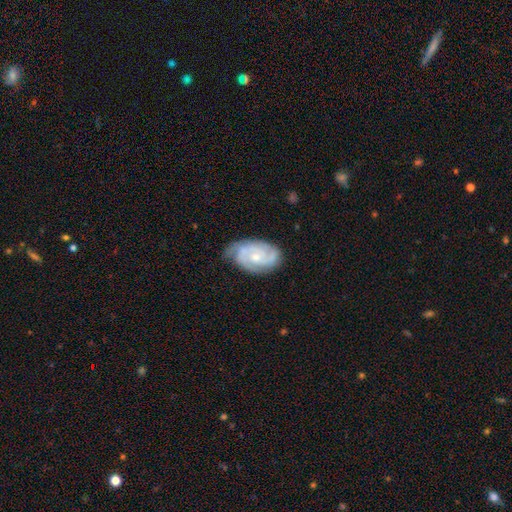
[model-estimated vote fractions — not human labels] A featured or disk galaxy (83%) with no bar (70%), 3 (43%) tight (60%) spiral arms (97%) and a small central bulge (55%).

Vote fractions:
- Smooth or featured? featured or disk: 83% / smooth: 12% / star or artifact: 5%
- Edge-on disk? no: 97% / yes: 3%
- Bar? no: 70% / weak: 26% / strong: 4%
- Spiral arms? yes: 97% / no: 3%
- Spiral winding? tight: 60% / medium: 34% / loose: 6%
- Spiral arm count? 3: 43% / 2: 25% / can't tell: 16% / 4: 8% / 1: 4% / more than 4: 4%
- Bulge size? small: 55% / moderate: 41% / none: 2% / large: 1% / dominant: 1%
- Merging? none: 66% / minor disturbance: 26% / major disturbance: 6% / merger: 1%